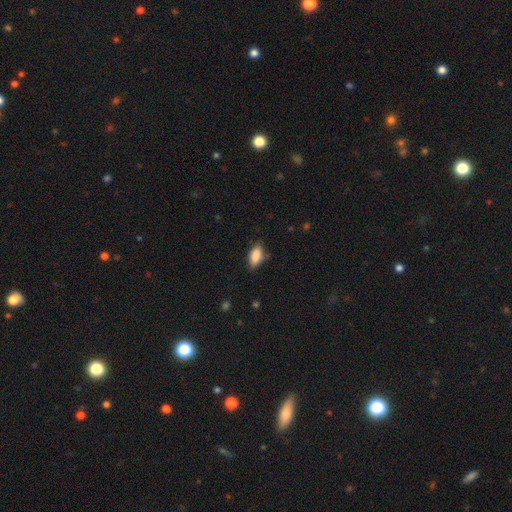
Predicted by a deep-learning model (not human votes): smooth-or-featured: smooth: 87% | star or artifact: 7% | featured or disk: 6%
  how-rounded: in between: 91% | cigar-shaped: 5% | round: 4%
  merging: none: 78% | minor disturbance: 17% | major disturbance: 3% | merger: 1%